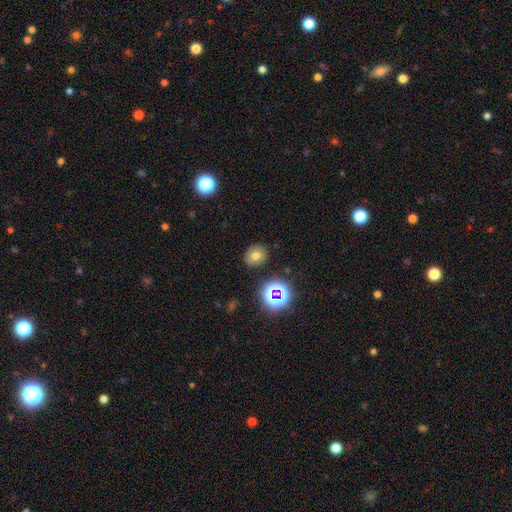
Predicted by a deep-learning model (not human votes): smooth_or_featured: smooth (p=0.68) [alt: star or artifact p=0.19]
how_rounded: round (p=0.68) [alt: in between p=0.31]
merging: none (p=0.85) [alt: minor disturbance p=0.10]